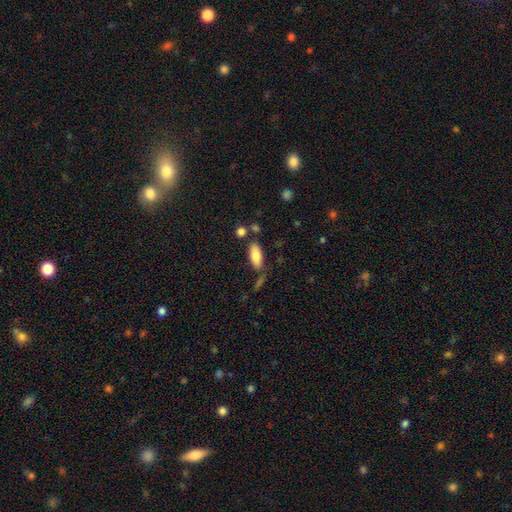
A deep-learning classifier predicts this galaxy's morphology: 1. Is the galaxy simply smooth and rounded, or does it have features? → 82% smooth, 11% featured or disk, 7% star or artifact.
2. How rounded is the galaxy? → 85% in between, 12% cigar-shaped, 2% round.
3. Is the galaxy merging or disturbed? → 71% none, 15% minor disturbance, 9% merger, 4% major disturbance.